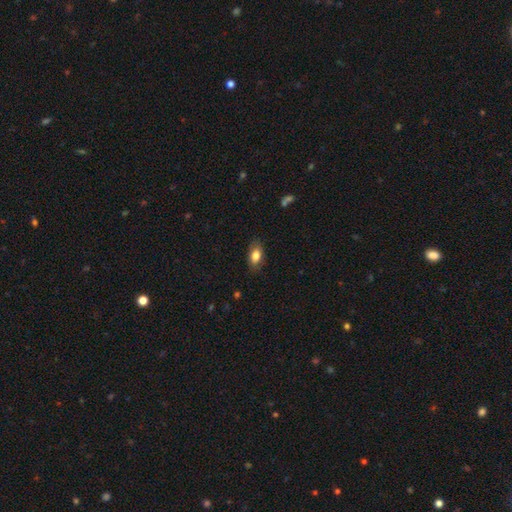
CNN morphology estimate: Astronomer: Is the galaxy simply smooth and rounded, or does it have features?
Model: smooth — 80%.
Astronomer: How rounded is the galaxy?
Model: in between — 89%.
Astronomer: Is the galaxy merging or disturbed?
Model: none — 82%.